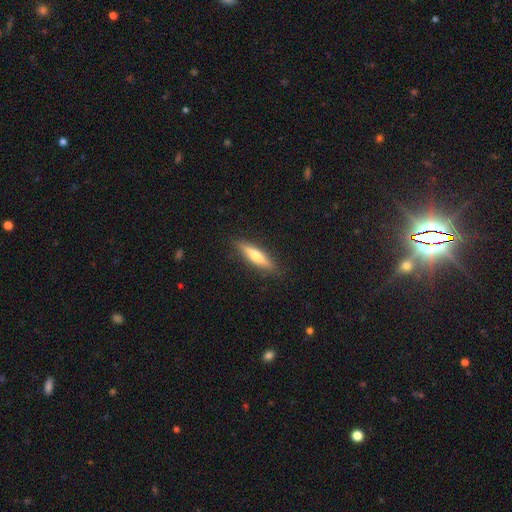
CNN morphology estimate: Smooth or featured: smooth — 52% (featured or disk — 42%)
How rounded: cigar-shaped — 80% (in between — 18%)
Merging: none — 88% (minor disturbance — 9%)